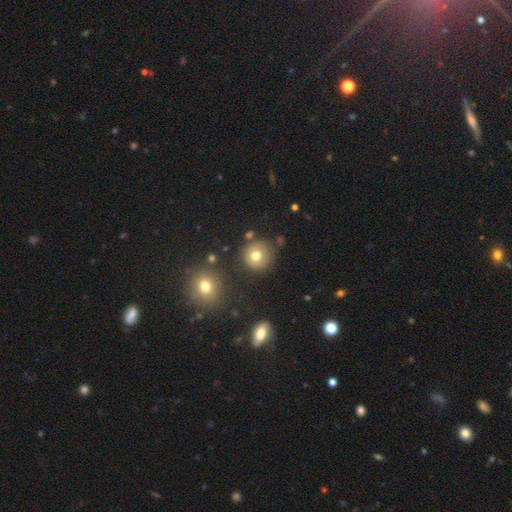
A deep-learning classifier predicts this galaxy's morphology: A smooth galaxy with no disk features (73%) that is round (93%).

Vote fractions:
- Smooth or featured? smooth: 73% / featured or disk: 15% / star or artifact: 12%
- How rounded? round: 93% / in between: 6% / cigar-shaped: 1%
- Merging? none: 81% / minor disturbance: 11% / merger: 4% / major disturbance: 4%